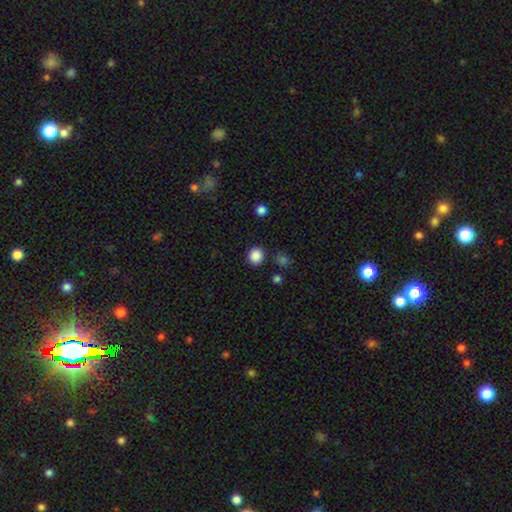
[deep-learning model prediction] Overall: smooth (87%). How rounded: round (84%). Merging: none (88%).